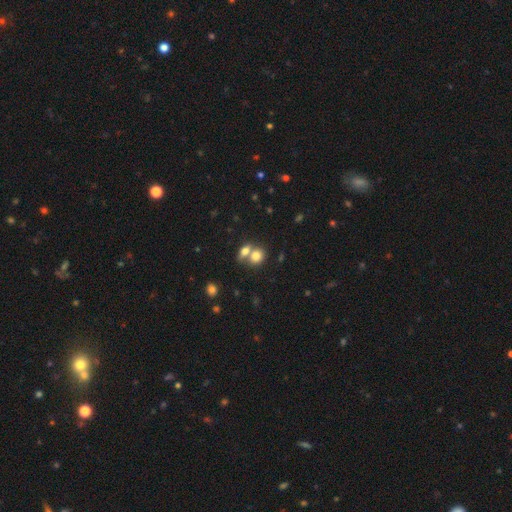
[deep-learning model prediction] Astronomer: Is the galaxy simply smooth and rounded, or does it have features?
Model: smooth — 78%.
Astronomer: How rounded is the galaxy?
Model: round — 57% (runner-up: in between, 41%).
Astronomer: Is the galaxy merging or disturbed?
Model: merger — 55% (runner-up: none, 34%).